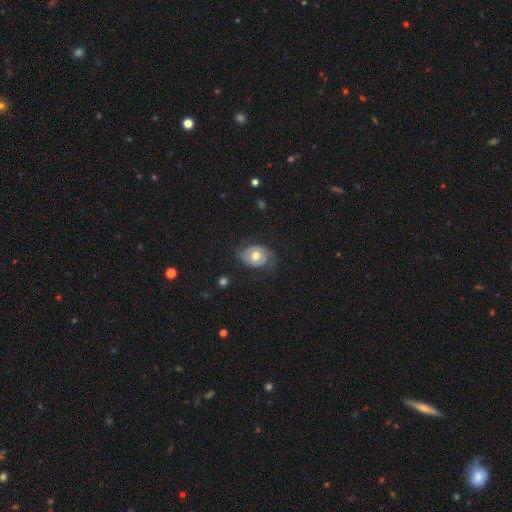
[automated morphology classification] Smooth or featured? Predicted: smooth (p=0.56). How rounded? Predicted: in between (p=0.69). Merging? Predicted: none (p=0.57).